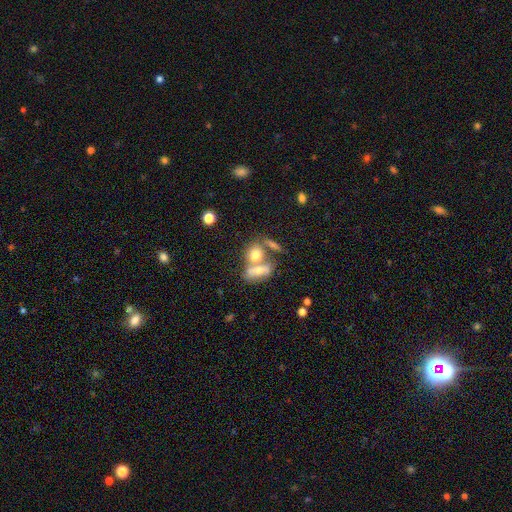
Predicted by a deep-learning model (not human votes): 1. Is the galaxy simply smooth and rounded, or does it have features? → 67% smooth, 23% featured or disk, 10% star or artifact.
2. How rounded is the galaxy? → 56% in between, 38% round, 7% cigar-shaped.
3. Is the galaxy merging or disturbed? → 54% merger, 31% none, 9% minor disturbance, 5% major disturbance.